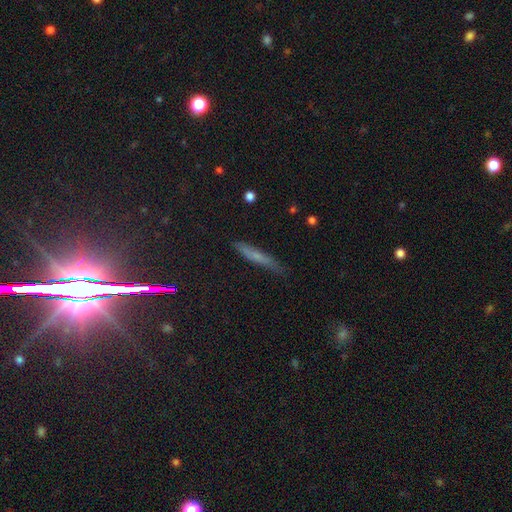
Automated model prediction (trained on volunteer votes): A smooth galaxy with no disk features (55%) that is cigar-shaped (90%). Merging: none (77%).